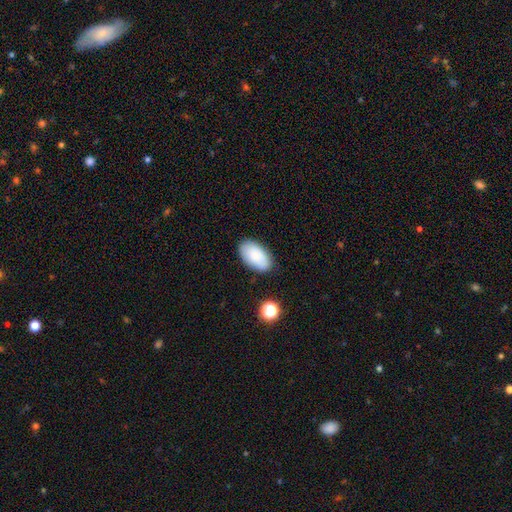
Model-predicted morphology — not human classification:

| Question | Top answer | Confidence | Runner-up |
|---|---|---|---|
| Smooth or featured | smooth | 81% | featured or disk (11%) |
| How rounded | in between | 95% | round (4%) |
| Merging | none | 83% | minor disturbance (13%) |